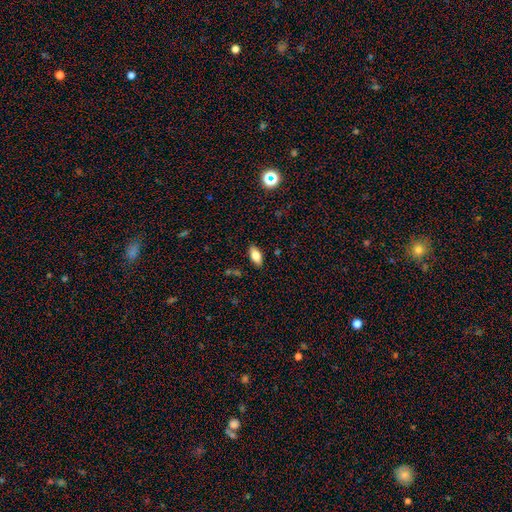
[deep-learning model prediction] Smooth or featured? Predicted: smooth (p=0.77). How rounded? Predicted: in between (p=0.88). Merging? Predicted: none (p=0.87).